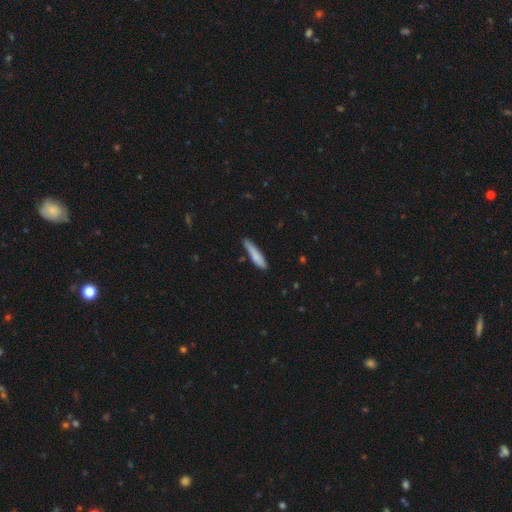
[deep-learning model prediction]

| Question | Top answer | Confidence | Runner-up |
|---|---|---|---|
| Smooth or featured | smooth | 80% | featured or disk (14%) |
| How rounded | cigar-shaped | 87% | in between (11%) |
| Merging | none | 72% | minor disturbance (21%) |